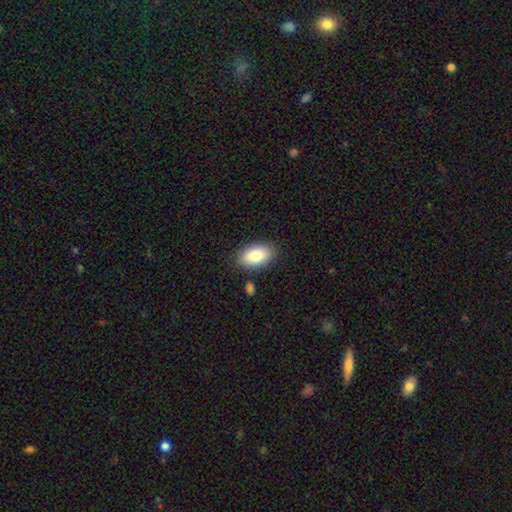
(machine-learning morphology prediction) Overall: smooth (82%). How rounded: in between (92%). Merging: none (85%).